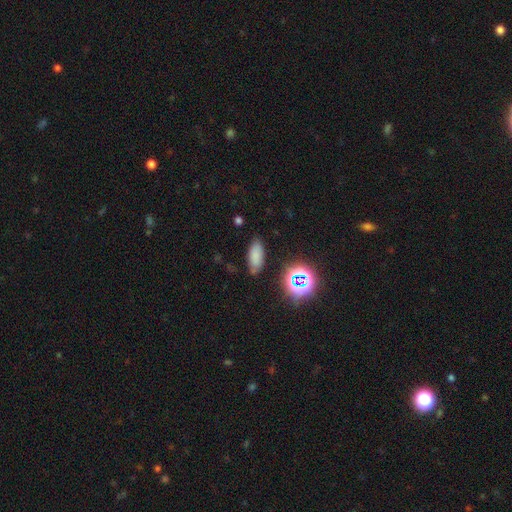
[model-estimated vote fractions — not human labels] Q: Smooth or featured?
A: smooth (74%); runner-up: star or artifact (18%)
Q: How rounded?
A: in between (81%); runner-up: cigar-shaped (15%)
Q: Merging?
A: none (80%); runner-up: minor disturbance (14%)